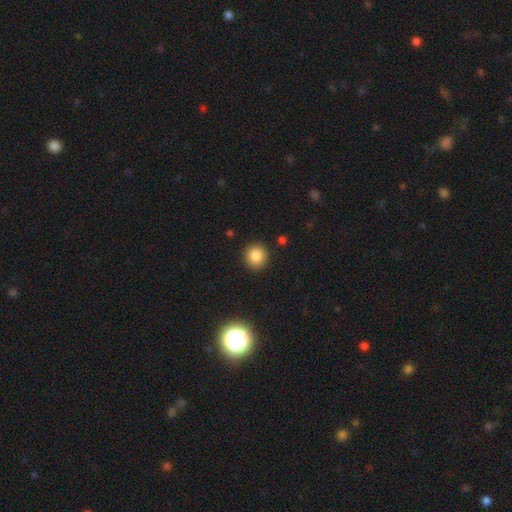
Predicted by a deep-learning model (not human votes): Overall: smooth (84%). How rounded: round (91%). Merging: none (90%).